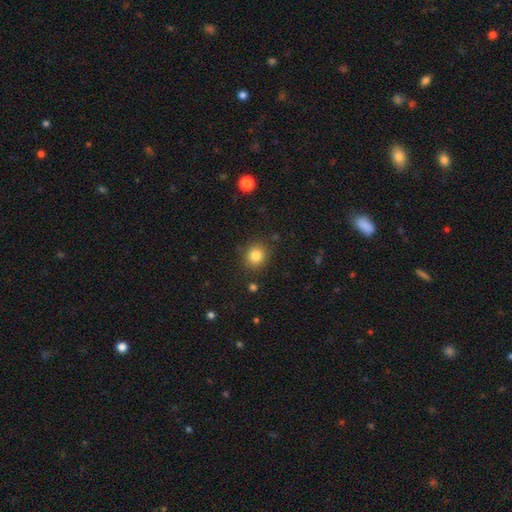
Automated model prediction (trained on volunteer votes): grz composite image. It shows a smooth galaxy with no disk features (83%) that is round (81%). Merging: none (87%).